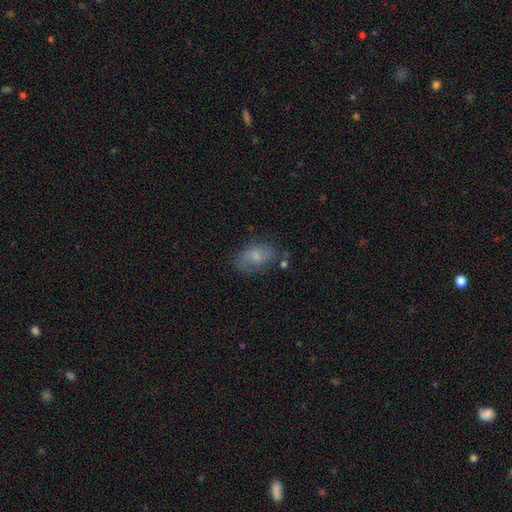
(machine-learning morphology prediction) The model was most divided on "smooth or featured": smooth: 58%, featured or disk: 32%, star or artifact: 10%. More confident: how rounded — in between (86%); merging — none (63%).